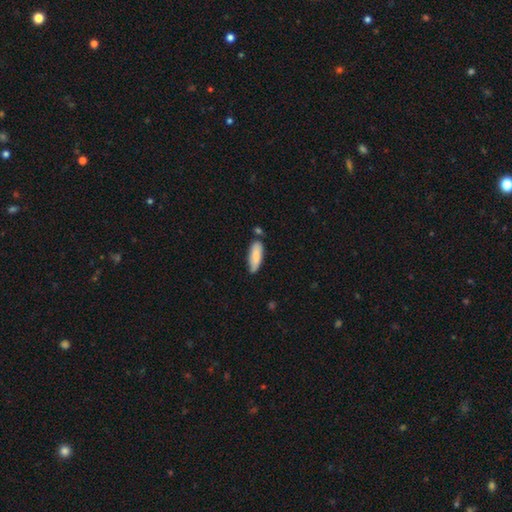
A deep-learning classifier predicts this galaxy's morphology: Smooth or featured: smooth — 83% (featured or disk — 11%)
How rounded: in between — 60% (cigar-shaped — 39%)
Merging: none — 67% (minor disturbance — 23%)